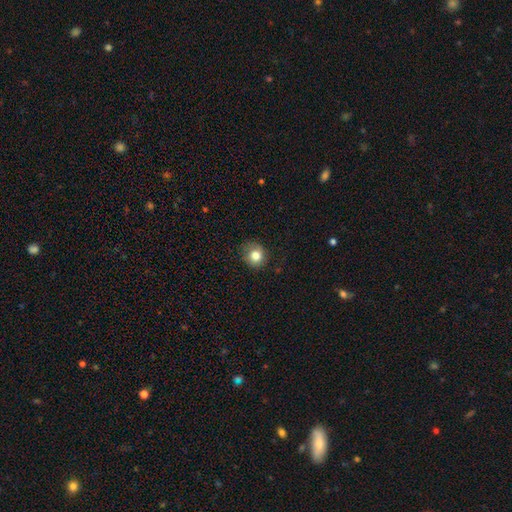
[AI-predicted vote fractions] This appears to be a smooth galaxy with no disk features (82%) that is round (84%). Merging: none (75%).